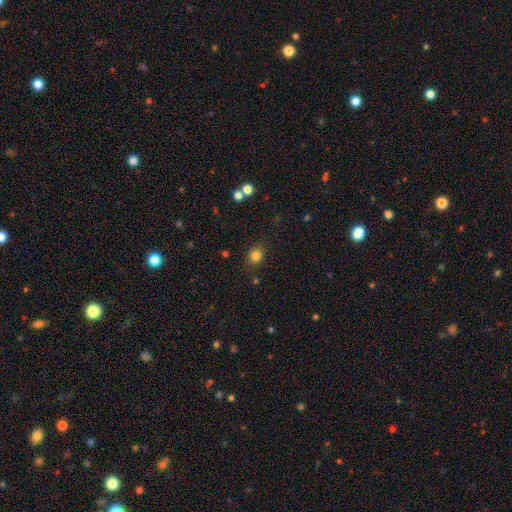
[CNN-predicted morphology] Smooth or featured: smooth — 81% (star or artifact — 12%)
How rounded: round — 63% (in between — 36%)
Merging: none — 84% (minor disturbance — 11%)